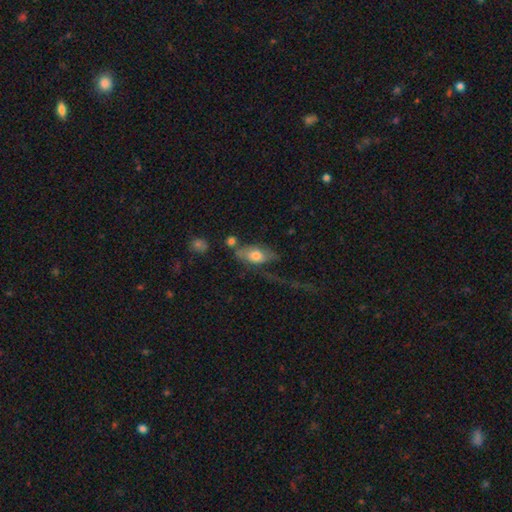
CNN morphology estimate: smooth_or_featured: smooth (p=0.63) [alt: featured or disk p=0.30]
how_rounded: in between (p=0.83) [alt: cigar-shaped p=0.10]
merging: major disturbance (p=0.31) [tied with: none p=0.31]